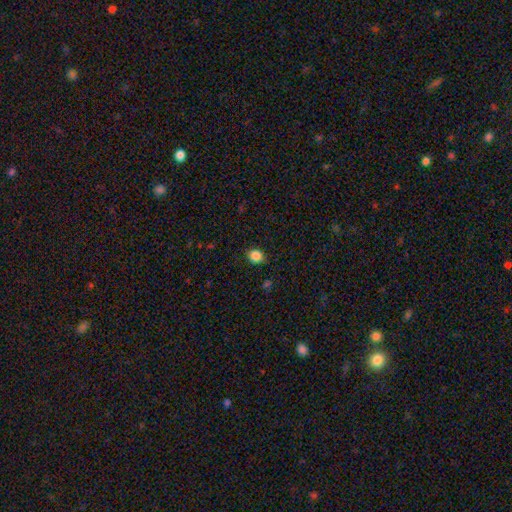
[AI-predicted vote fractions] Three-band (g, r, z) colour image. It shows a smooth galaxy with no disk features (86%) that is round (73%). Merging: none (88%).